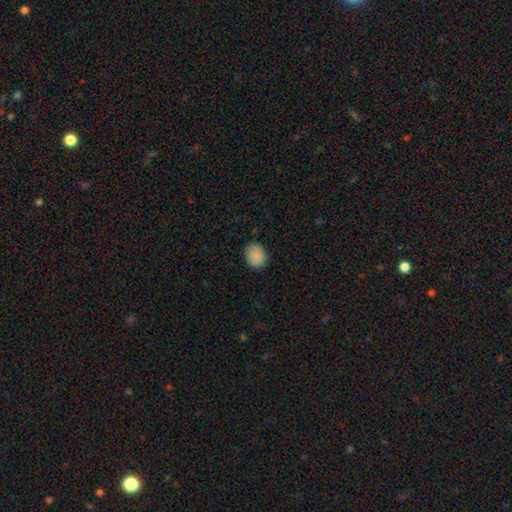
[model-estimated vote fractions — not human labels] A smooth galaxy with no disk features (89%) that is in between round and cigar-shaped (52%).

Vote fractions:
- Smooth or featured? smooth: 89% / star or artifact: 8% / featured or disk: 4%
- How rounded? in between: 52% / round: 47% / cigar-shaped: 1%
- Merging? none: 84% / minor disturbance: 12% / major disturbance: 2% / merger: 1%